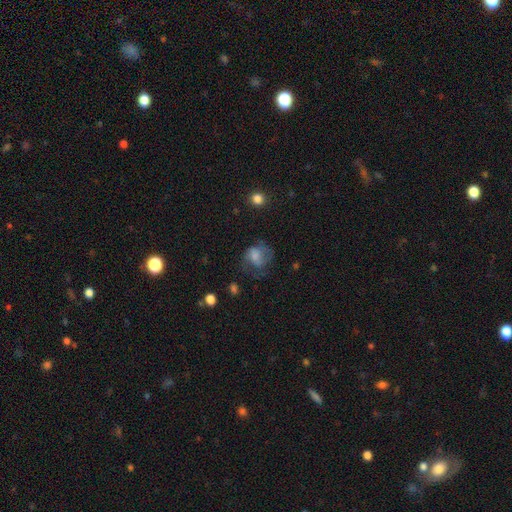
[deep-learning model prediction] Smooth or featured? smooth (53%)
How rounded? round (56%)
Merging? none (44%)